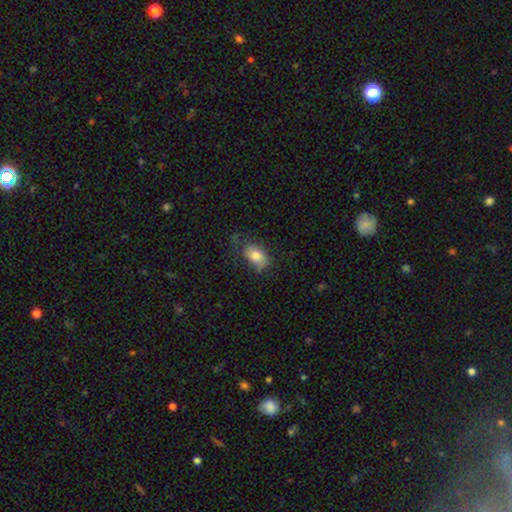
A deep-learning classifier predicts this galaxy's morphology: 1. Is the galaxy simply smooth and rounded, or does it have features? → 80% smooth, 12% featured or disk, 8% star or artifact.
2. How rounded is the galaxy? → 89% in between, 9% round, 2% cigar-shaped.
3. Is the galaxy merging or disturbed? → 54% none, 27% minor disturbance, 17% major disturbance, 2% merger.